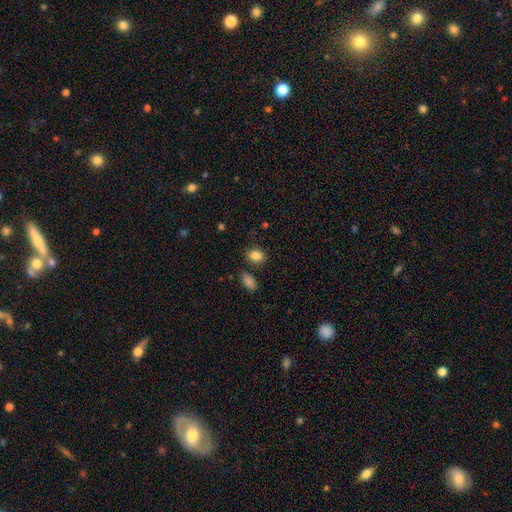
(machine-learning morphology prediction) Smooth or featured? smooth (86%)
How rounded? in between (66%)
Merging? none (80%)